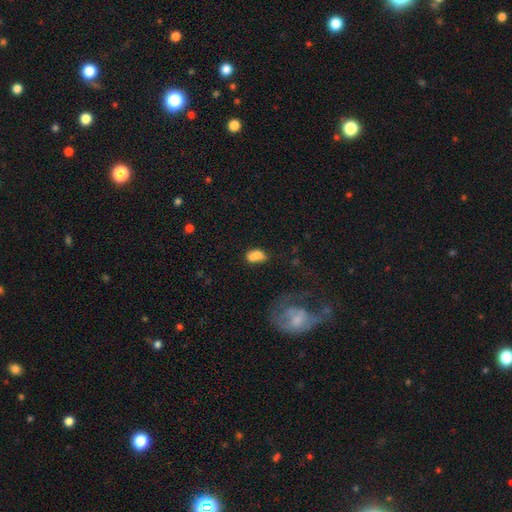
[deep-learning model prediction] A smooth galaxy with no disk features (73%) that is in between round and cigar-shaped (74%).

Vote fractions:
- Smooth or featured? smooth: 73% / featured or disk: 18% / star or artifact: 9%
- How rounded? in between: 74% / round: 23% / cigar-shaped: 3%
- Merging? merger: 53% / none: 28% / minor disturbance: 12% / major disturbance: 7%